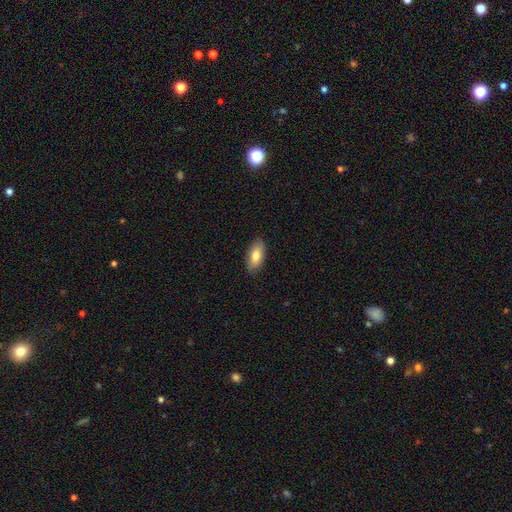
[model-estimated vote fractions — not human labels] This appears to be a smooth galaxy with no disk features (81%) that is in between round and cigar-shaped (91%). Merging: none (88%).